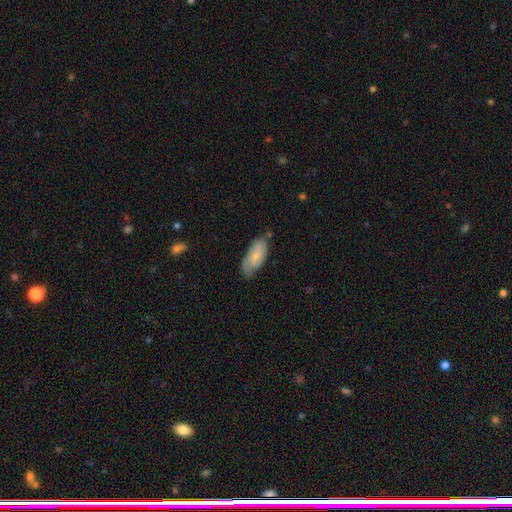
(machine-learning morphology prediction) smooth 65%, featured or disk 29%, star or artifact 6%. Down the decision tree: how rounded — in between (86%); merging — none (60%).